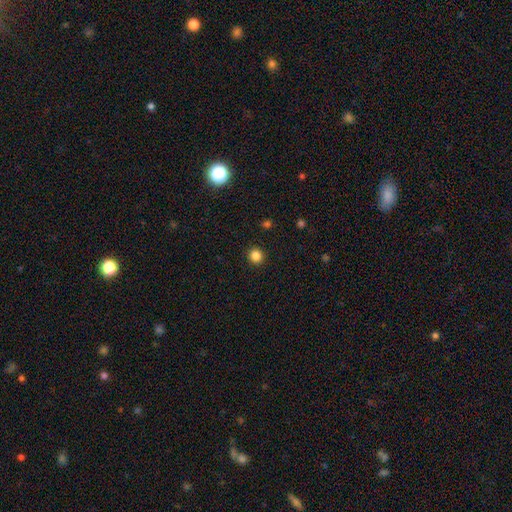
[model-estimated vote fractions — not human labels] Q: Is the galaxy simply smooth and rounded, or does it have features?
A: smooth — 84%.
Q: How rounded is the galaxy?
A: round — 91%.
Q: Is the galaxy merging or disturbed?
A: none — 92%.